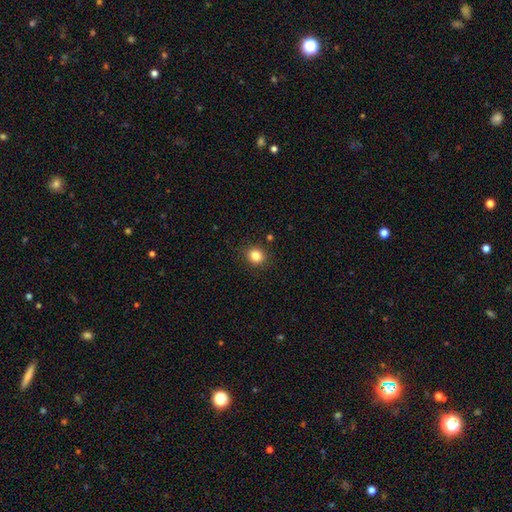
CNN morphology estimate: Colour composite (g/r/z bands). It shows a smooth galaxy with no disk features (83%) that is round (77%). Merging: none (89%).